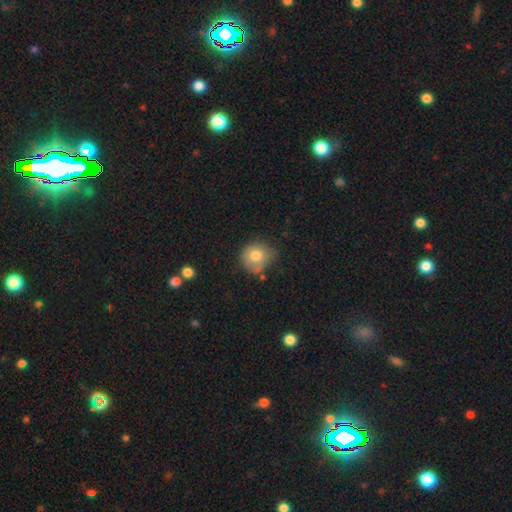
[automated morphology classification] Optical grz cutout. It shows a smooth galaxy with no disk features (76%) that is round (83%). Merging: none (54%).